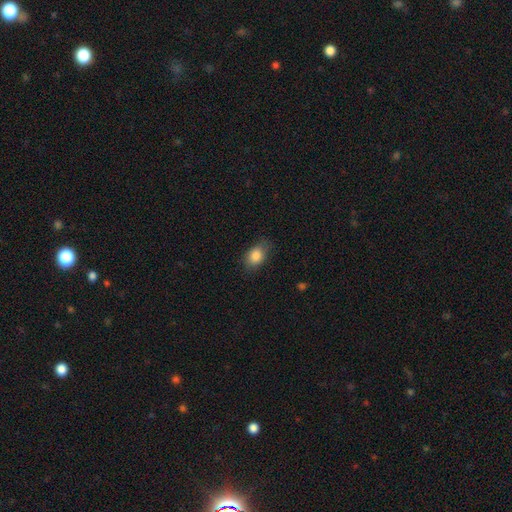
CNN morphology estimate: Overall: smooth (85%). How rounded: in between (78%). Merging: none (75%).